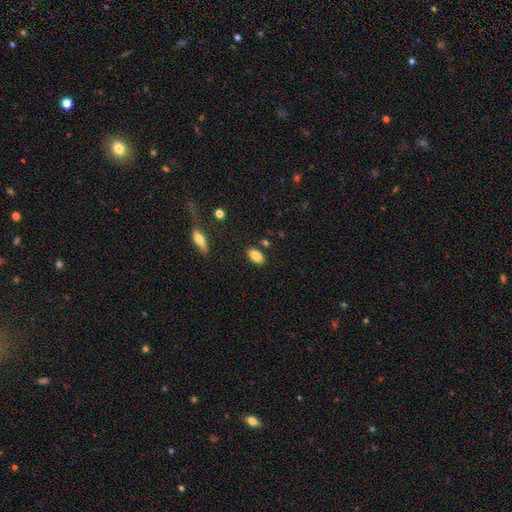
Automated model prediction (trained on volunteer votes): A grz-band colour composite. It shows a smooth galaxy with no disk features (83%) that is in between round and cigar-shaped (90%). Merging: none (85%).